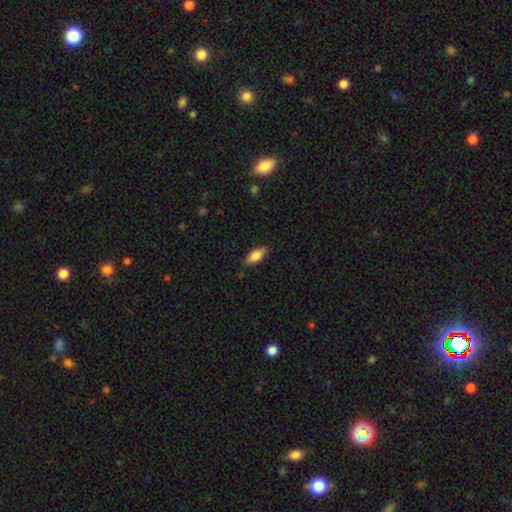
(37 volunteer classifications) smooth_or_featured: smooth (p=0.86) [alt: featured or disk p=0.11]
how_rounded: in between (p=0.81) [alt: cigar-shaped p=0.19]
merging: none (p=0.86) [alt: minor disturbance p=0.08]